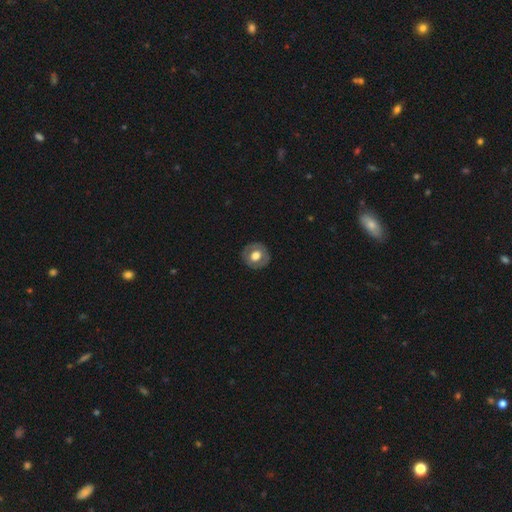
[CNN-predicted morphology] A smooth galaxy with no disk features (54%) that is round (85%).

Vote fractions:
- Smooth or featured? smooth: 54% / featured or disk: 39% / star or artifact: 7%
- How rounded? round: 85% / in between: 14% / cigar-shaped: 1%
- Merging? none: 86% / minor disturbance: 10% / major disturbance: 3% / merger: 1%